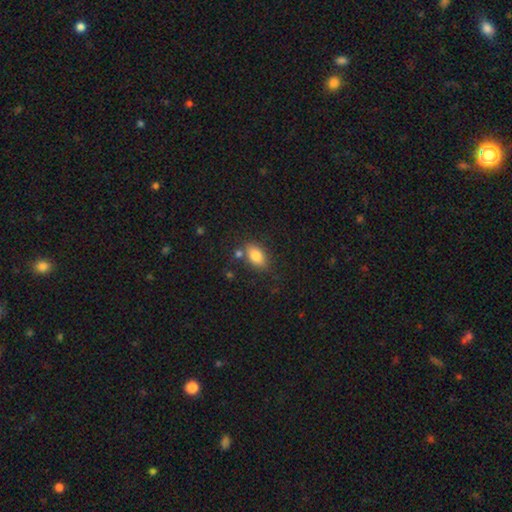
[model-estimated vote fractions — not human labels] A smooth galaxy with no disk features (83%) that is in between round and cigar-shaped (88%). Merging: none (73%).